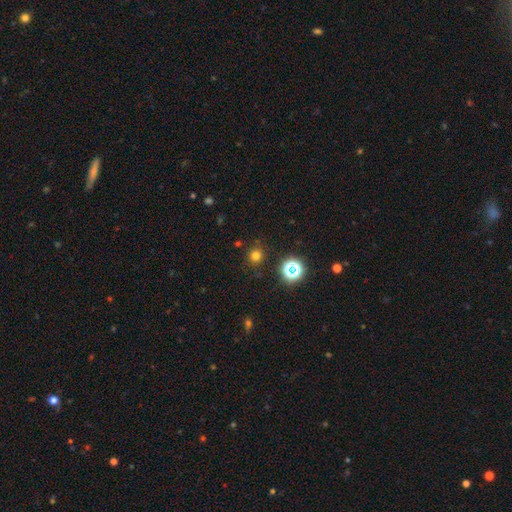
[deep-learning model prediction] smooth_or_featured: smooth (p=0.71) [alt: star or artifact p=0.23]
how_rounded: round (p=0.92) [alt: in between p=0.07]
merging: none (p=0.85) [alt: minor disturbance p=0.09]